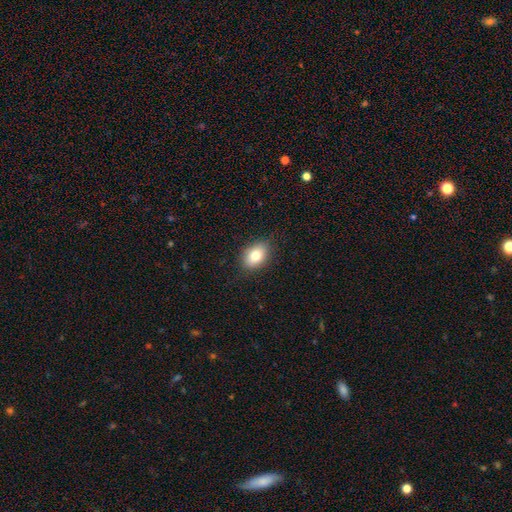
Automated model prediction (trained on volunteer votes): The model was most divided on "how rounded": in between: 79%, round: 19%, cigar-shaped: 1%. More confident: merging — none (86%); smooth or featured — smooth (79%).